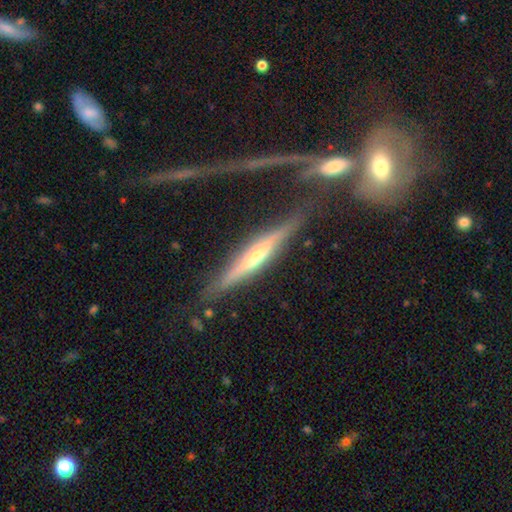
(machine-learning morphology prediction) Smooth or featured? featured or disk (71%)
Edge-on disk? yes (91%)
Edge-on bulge? rounded (72%)
Merging? none (48%)